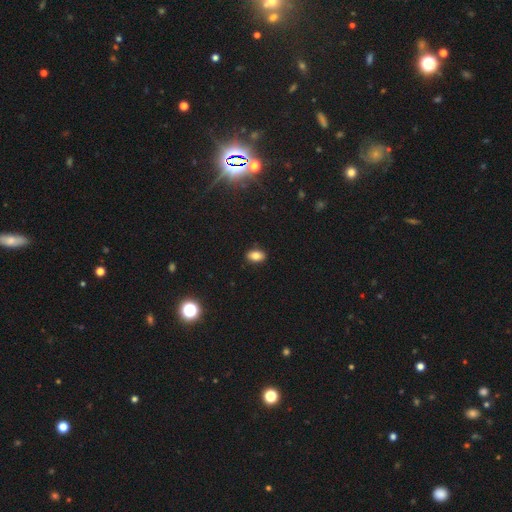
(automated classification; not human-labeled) smooth_or_featured: smooth (p=0.82) [alt: star or artifact p=0.11]
how_rounded: in between (p=0.86) [alt: round p=0.12]
merging: none (p=0.88) [alt: minor disturbance p=0.09]